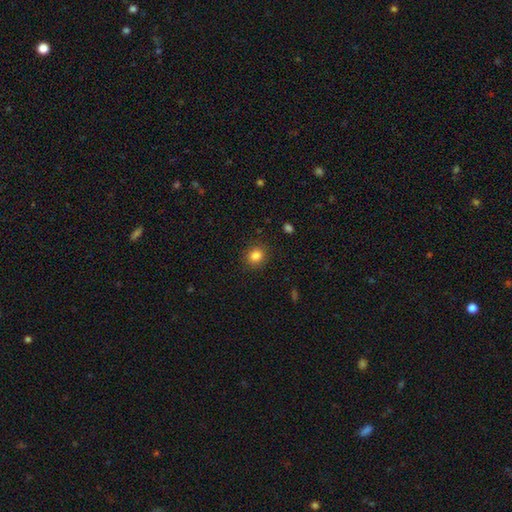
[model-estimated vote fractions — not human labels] smooth_or_featured: smooth (p=0.84) [alt: star or artifact p=0.11]
how_rounded: round (p=0.81) [alt: in between p=0.19]
merging: none (p=0.89) [alt: minor disturbance p=0.07]